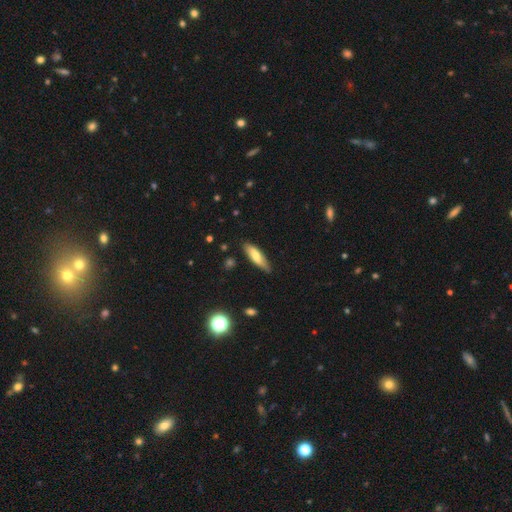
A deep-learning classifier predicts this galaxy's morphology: This appears to be a smooth galaxy with no disk features (65%) that is cigar-shaped (60%). Merging: none (78%).